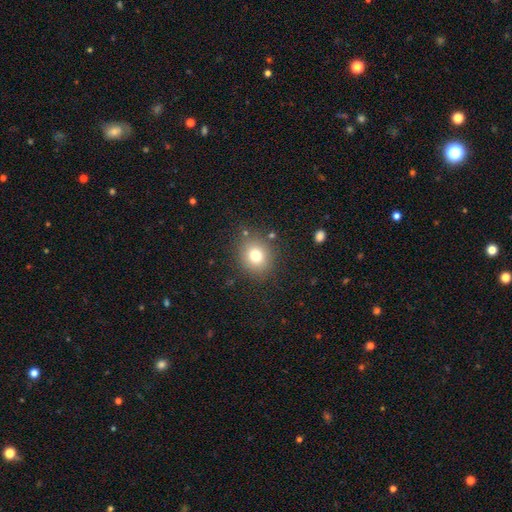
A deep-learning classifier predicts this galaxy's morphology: Smooth or featured: smooth — 76% (star or artifact — 13%)
How rounded: round — 75% (in between — 24%)
Merging: none — 84% (minor disturbance — 10%)